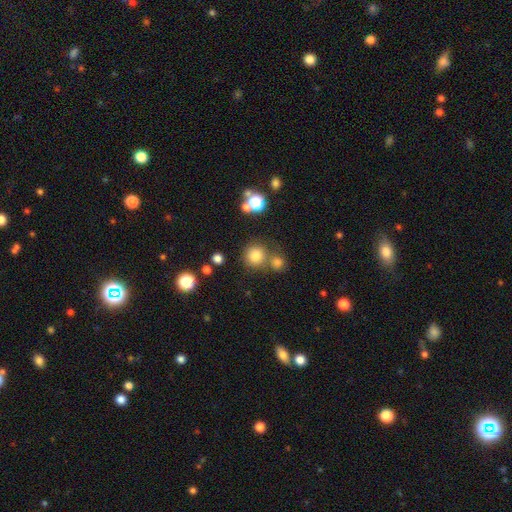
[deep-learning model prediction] Smooth or featured? smooth (79%)
How rounded? round (91%)
Merging? none (65%)